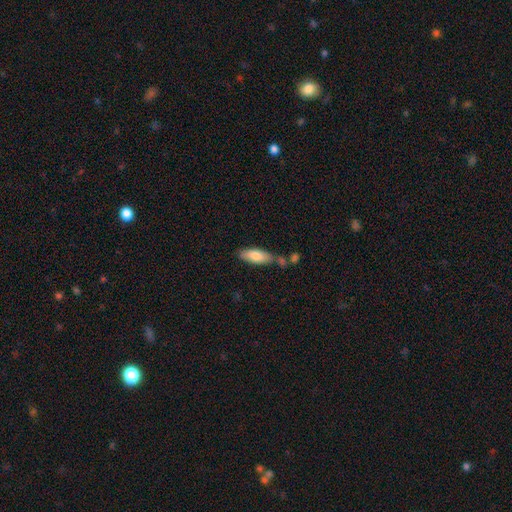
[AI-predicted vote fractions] This is likely a smooth galaxy (79%). How rounded: likely in between (73%). Merging: likely none (61%).